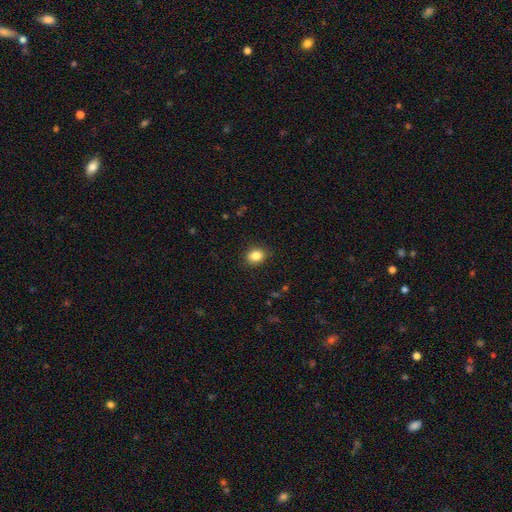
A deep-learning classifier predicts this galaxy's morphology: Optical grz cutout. It shows a smooth galaxy with no disk features (85%) that is round (53%). Merging: none (87%).